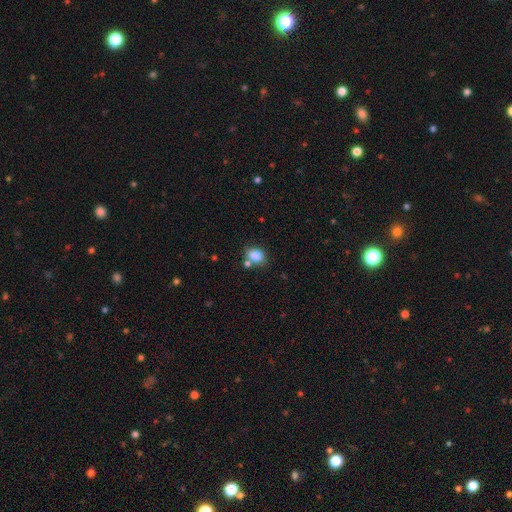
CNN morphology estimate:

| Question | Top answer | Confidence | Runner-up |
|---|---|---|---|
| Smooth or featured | smooth | 83% | star or artifact (10%) |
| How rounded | in between | 61% | round (38%) |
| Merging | none | 59% | merger (19%) |